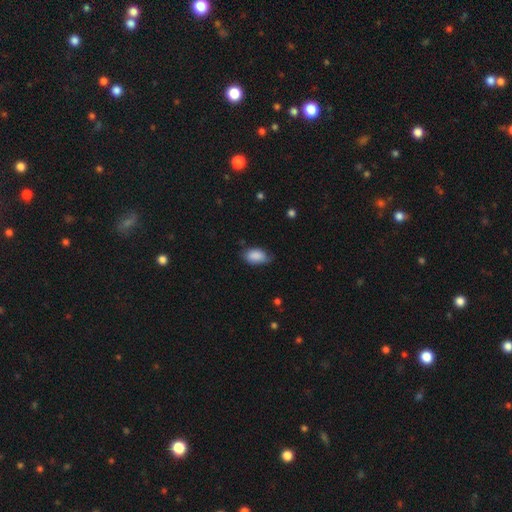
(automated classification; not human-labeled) The model was most divided on "merging": none: 62%, minor disturbance: 31%, major disturbance: 5%, merger: 1%. More confident: how rounded — in between (92%); smooth or featured — smooth (87%).